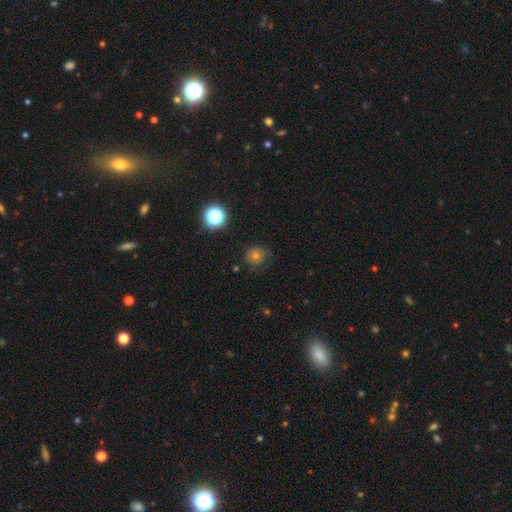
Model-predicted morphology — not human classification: smooth 58%, featured or disk 22%, star or artifact 19%. Down the decision tree: how rounded — round (87%); merging — none (70%).